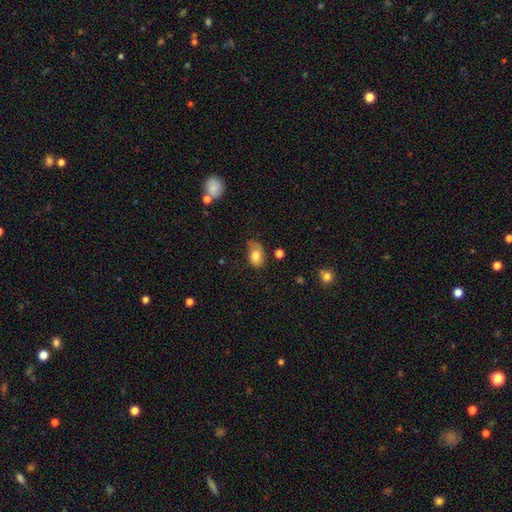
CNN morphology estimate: A smooth galaxy with no disk features (74%) that is in between round and cigar-shaped (80%). Merging: none (38%).